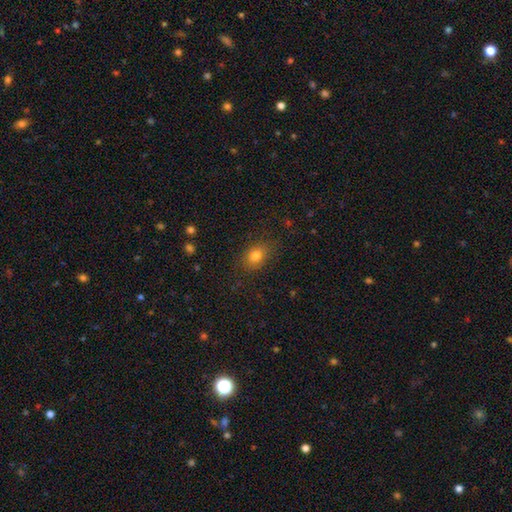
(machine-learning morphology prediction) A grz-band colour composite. It shows a smooth galaxy with no disk features (80%) that is in between round and cigar-shaped (64%). Merging: none (81%).